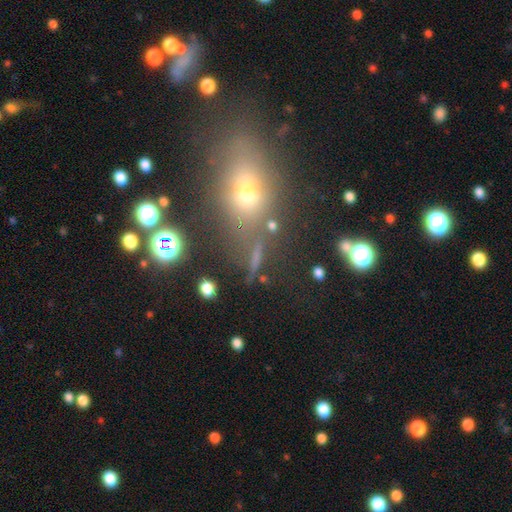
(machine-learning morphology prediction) Overall: smooth (45%; star or artifact 35%). Merging: none (71%).